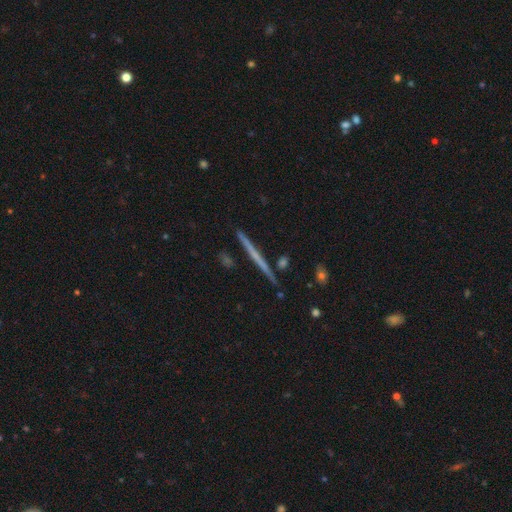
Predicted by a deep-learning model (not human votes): A featured or disk galaxy (62%) viewed edge-on (98%) with no central bulge (81%). Merging: none (90%).